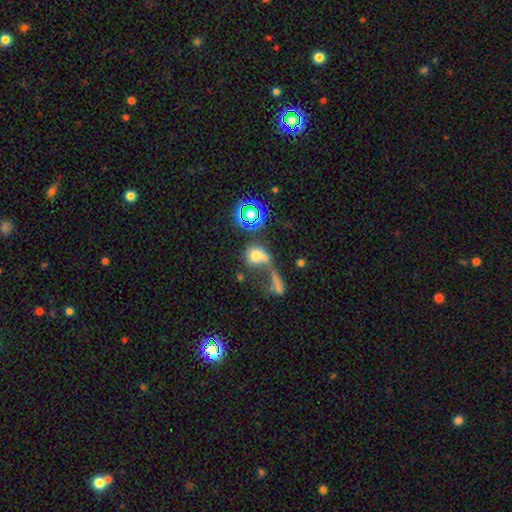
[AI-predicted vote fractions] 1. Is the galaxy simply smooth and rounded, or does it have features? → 61% smooth, 20% featured or disk, 19% star or artifact.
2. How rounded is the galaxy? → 70% round, 27% in between, 4% cigar-shaped.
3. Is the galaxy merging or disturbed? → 51% merger, 24% none, 17% major disturbance, 9% minor disturbance.